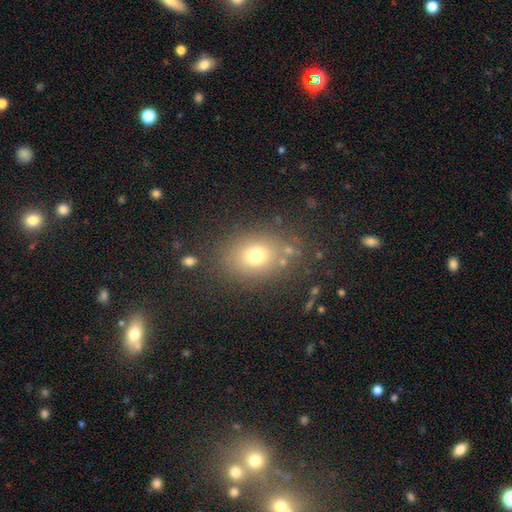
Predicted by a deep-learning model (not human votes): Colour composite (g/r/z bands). It shows a smooth galaxy with no disk features (74%) that is round (50%). Merging: none (79%).